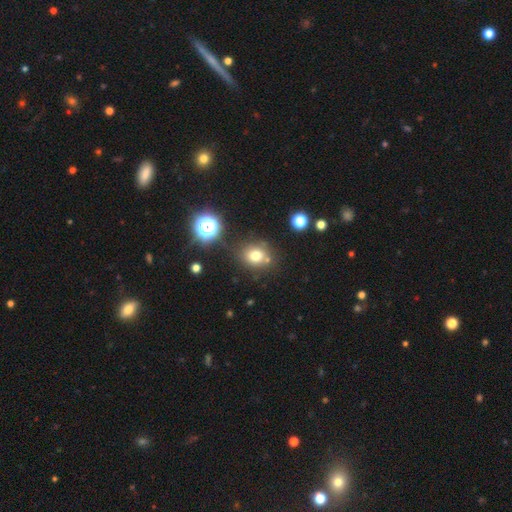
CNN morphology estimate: smooth-or-featured: smooth: 73% | star or artifact: 17% | featured or disk: 10%
  how-rounded: round: 71% | in between: 28% | cigar-shaped: 1%
  merging: none: 74% | minor disturbance: 13% | merger: 9% | major disturbance: 4%